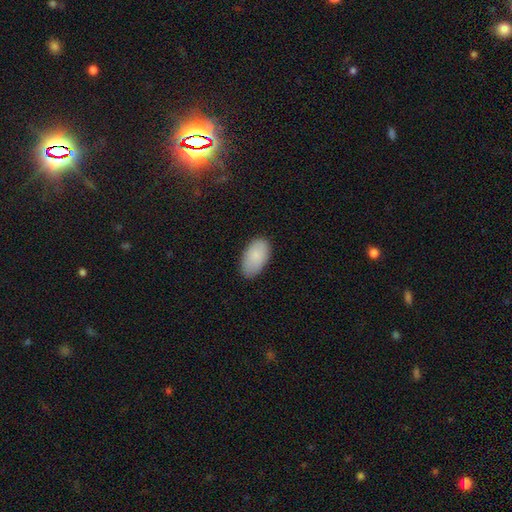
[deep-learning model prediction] Smooth or featured? Predicted: smooth (p=0.87). How rounded? Predicted: in between (p=0.95). Merging? Predicted: none (p=0.83).